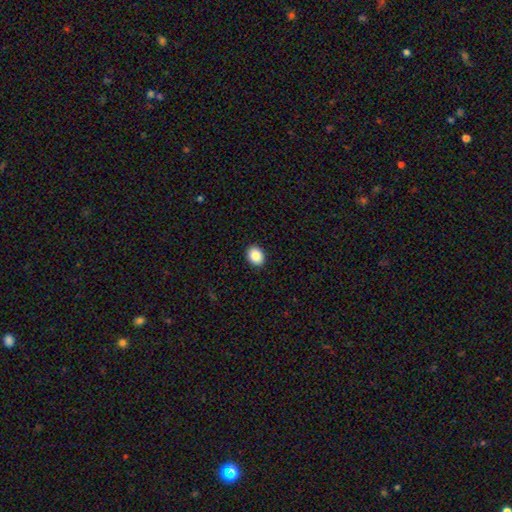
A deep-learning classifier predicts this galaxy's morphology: The model was most divided on "how rounded": in between: 55%, round: 44%, cigar-shaped: 1%. More confident: merging — none (92%); smooth or featured — smooth (88%).